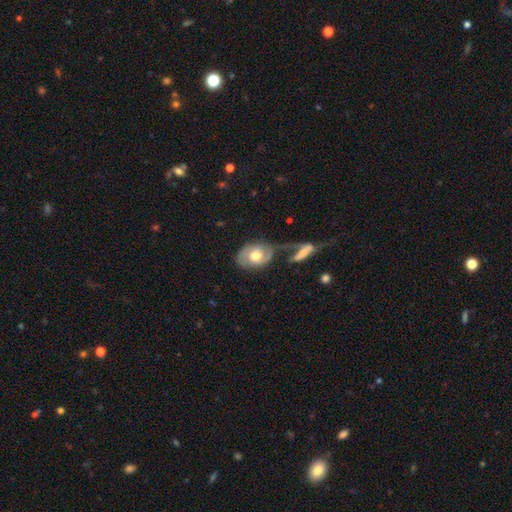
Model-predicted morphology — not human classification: Smooth or featured? featured or disk (62%)
Edge-on disk? no (94%)
Bar? no (71%)
Spiral arms? yes (78%)
Bulge size? moderate (63%)
Merging? none (48%)